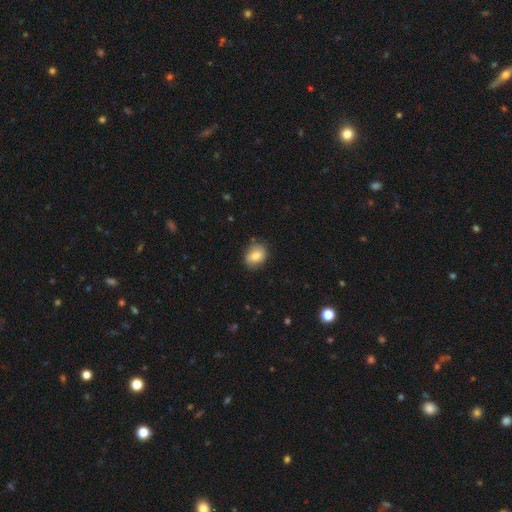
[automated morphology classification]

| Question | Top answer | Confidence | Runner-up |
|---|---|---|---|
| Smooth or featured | smooth | 80% | featured or disk (12%) |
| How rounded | in between | 56% | round (43%) |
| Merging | none | 77% | minor disturbance (18%) |